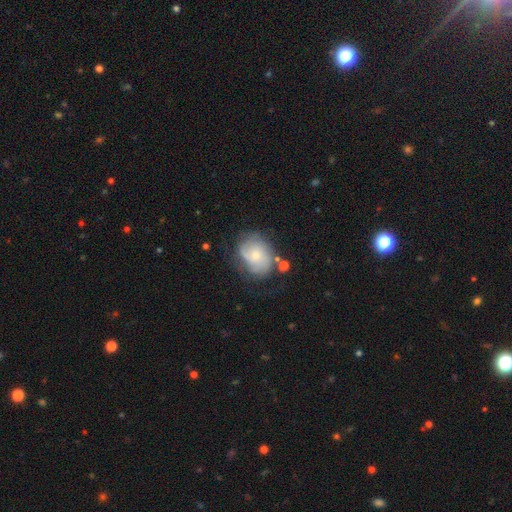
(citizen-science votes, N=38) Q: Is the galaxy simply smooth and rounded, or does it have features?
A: featured or disk — 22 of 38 (58%).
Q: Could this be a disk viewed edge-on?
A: no — 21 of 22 (95%).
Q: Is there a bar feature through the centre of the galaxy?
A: no — 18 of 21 (86%).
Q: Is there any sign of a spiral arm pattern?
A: yes — 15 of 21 (71%).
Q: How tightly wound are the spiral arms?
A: medium — 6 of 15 (40%).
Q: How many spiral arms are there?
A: can't tell — 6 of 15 (40%).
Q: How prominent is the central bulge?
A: small — 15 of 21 (71%).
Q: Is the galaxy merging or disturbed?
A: none — 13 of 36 (36%, tied with minor disturbance).